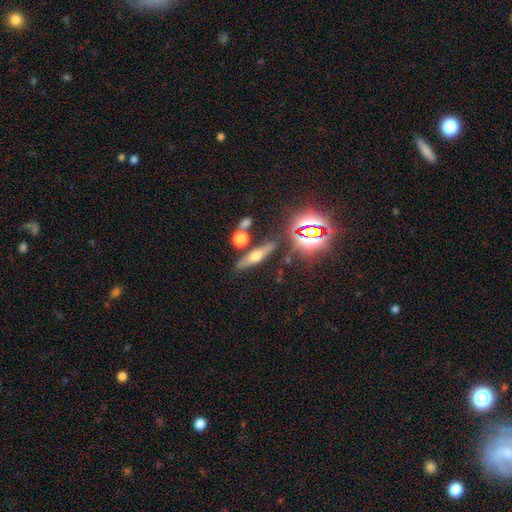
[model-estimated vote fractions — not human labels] A featured or disk galaxy (46%).

Vote fractions:
- Smooth or featured? featured or disk: 46% / smooth: 38% / star or artifact: 16%
- Merging? none: 78% / minor disturbance: 10% / merger: 8% / major disturbance: 4%